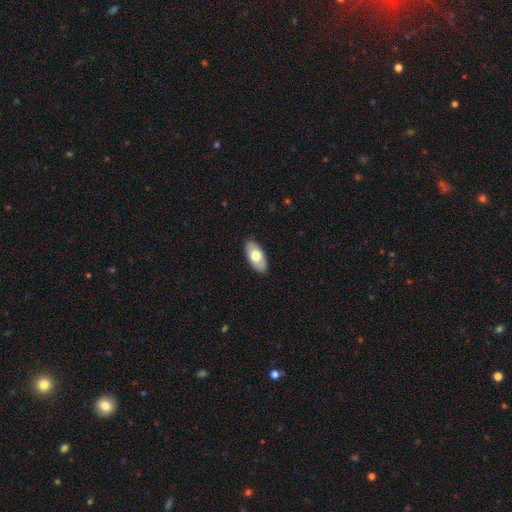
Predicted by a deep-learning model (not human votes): Morphology: type=smooth (65%); roundness=in between (93%); merging=none (88%).